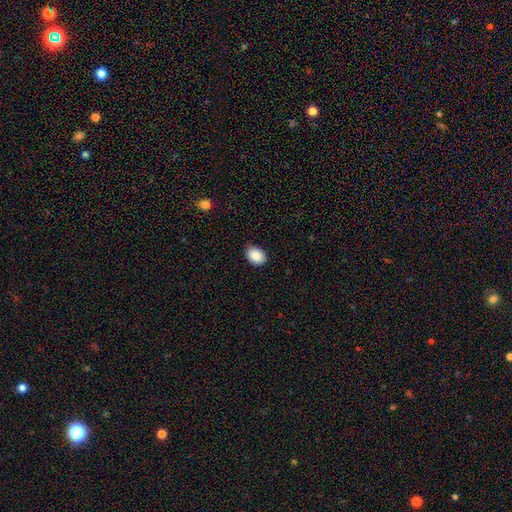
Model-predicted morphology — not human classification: This appears to be a smooth galaxy with no disk features (88%) that is in between round and cigar-shaped (74%). Merging: none (85%).